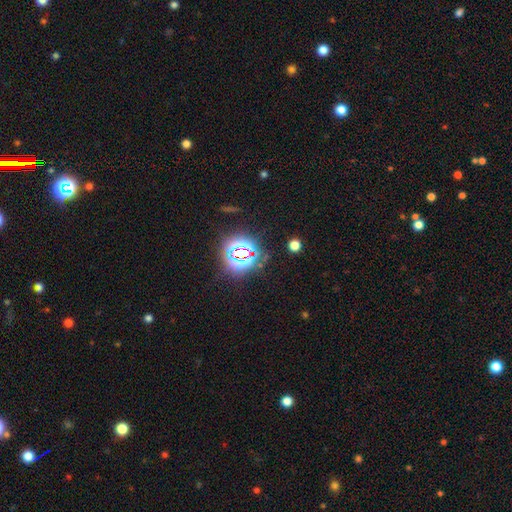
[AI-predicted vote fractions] This is clearly a star or artifact rather than a galaxy (82%).